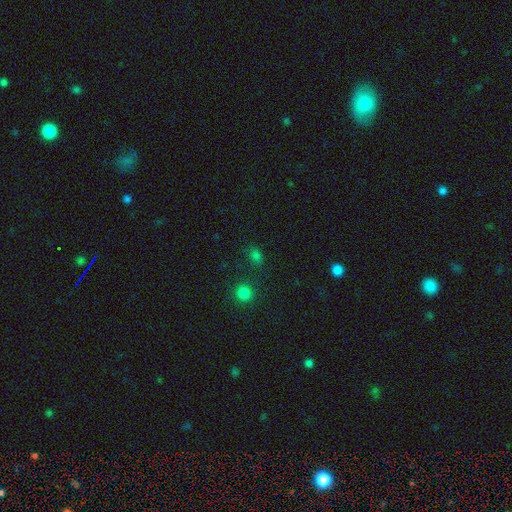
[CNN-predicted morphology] type=smooth (65%); roundness=in between (57%); merging=none (77%).